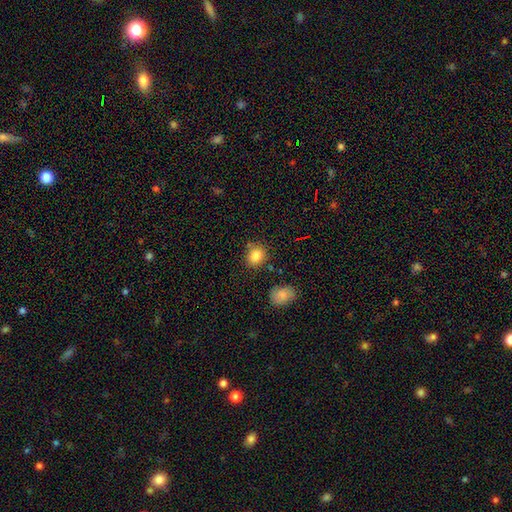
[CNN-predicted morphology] This is clearly a smooth galaxy (83%). How rounded: likely round (68%). Merging: likely none (78%).